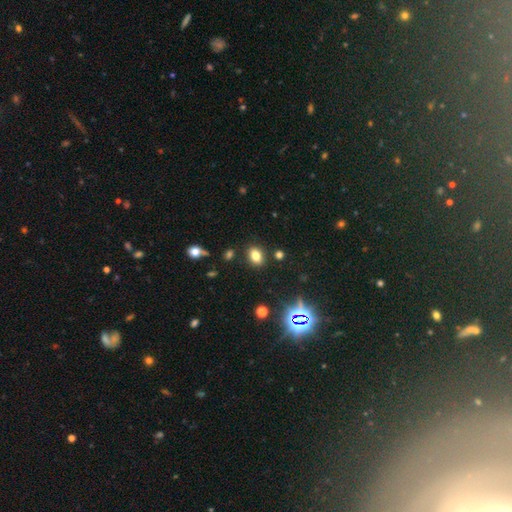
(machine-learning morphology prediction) smooth-or-featured: smooth: 76% | star or artifact: 15% | featured or disk: 8%
  how-rounded: in between: 70% | round: 28% | cigar-shaped: 1%
  merging: none: 86% | minor disturbance: 9% | merger: 3% | major disturbance: 3%